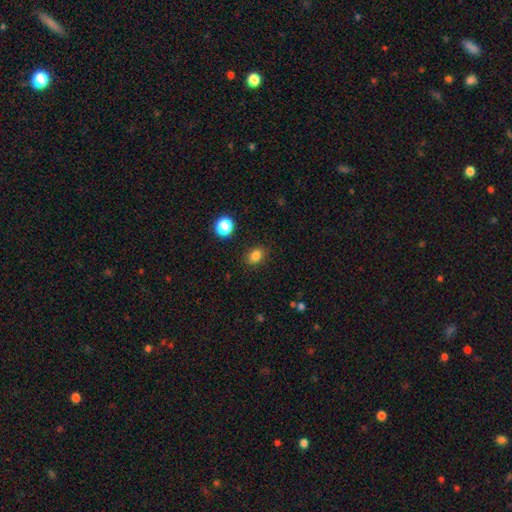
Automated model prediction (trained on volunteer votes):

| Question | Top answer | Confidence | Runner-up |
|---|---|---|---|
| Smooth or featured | smooth | 83% | star or artifact (12%) |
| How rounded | in between | 57% | round (42%) |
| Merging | none | 86% | minor disturbance (9%) |